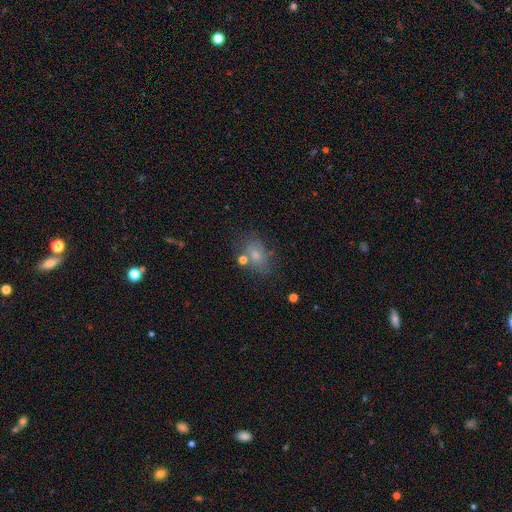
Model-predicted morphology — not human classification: This is possibly a smooth galaxy (57%). How rounded: likely in between (71%). Merging: likely none (68%).